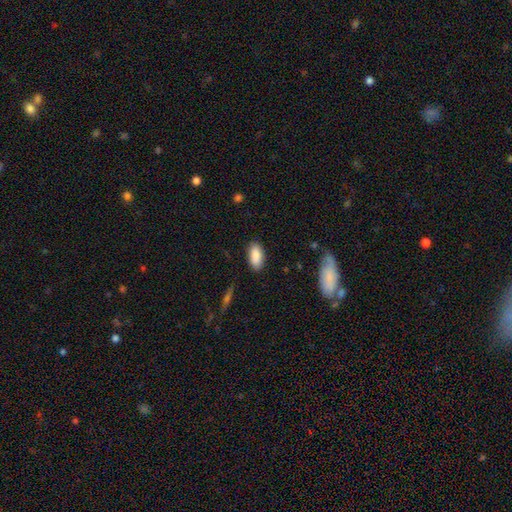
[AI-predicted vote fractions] Smooth or featured: smooth — 88% (star or artifact — 7%)
How rounded: in between — 91% (cigar-shaped — 6%)
Merging: none — 85% (minor disturbance — 11%)